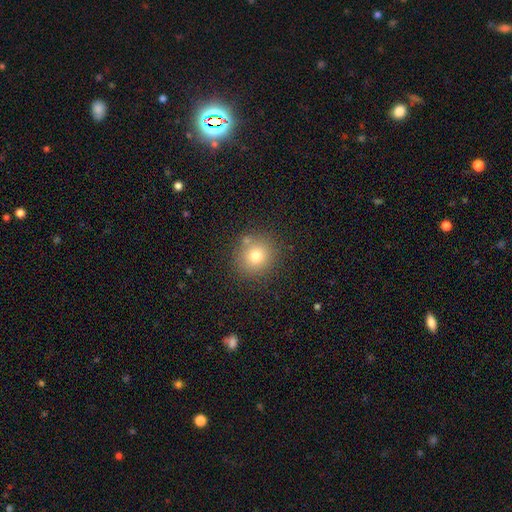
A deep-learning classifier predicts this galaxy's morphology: smooth_or_featured: smooth (p=0.76) [alt: star or artifact p=0.14]
how_rounded: round (p=0.89) [alt: in between p=0.10]
merging: none (p=0.80) [alt: minor disturbance p=0.10]